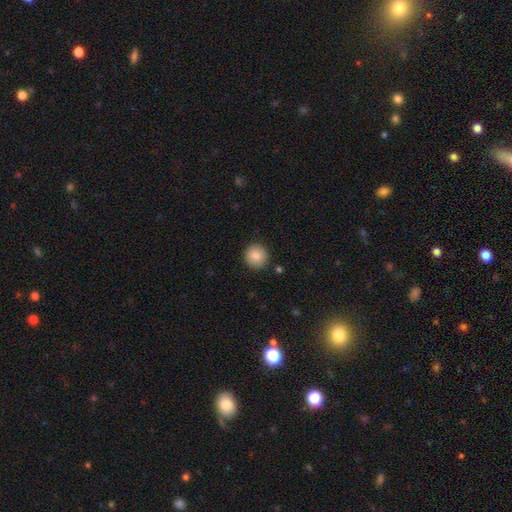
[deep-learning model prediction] Smooth or featured?
  - smooth: 85% *
  - star or artifact: 8%
  - featured or disk: 7%
How rounded?
  - round: 93% *
  - in between: 6%
  - cigar-shaped: 1%
Merging?
  - none: 90% *
  - minor disturbance: 6%
  - major disturbance: 2%
  - merger: 1%